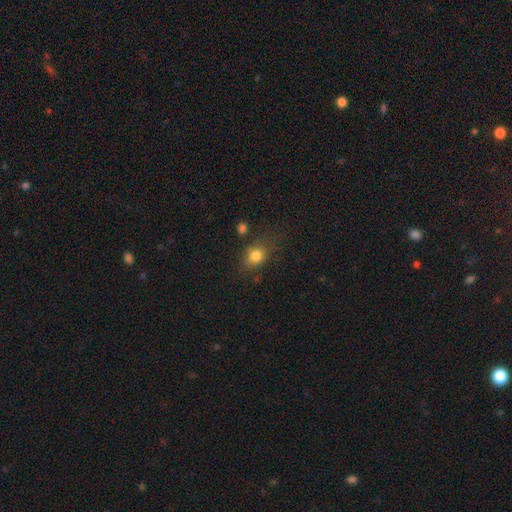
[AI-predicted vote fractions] A smooth galaxy with no disk features (80%) that is round (49%).

Vote fractions:
- Smooth or featured? smooth: 80% / star or artifact: 11% / featured or disk: 8%
- How rounded? round: 49% / in between: 48% / cigar-shaped: 2%
- Merging? none: 65% / minor disturbance: 21% / major disturbance: 9% / merger: 5%